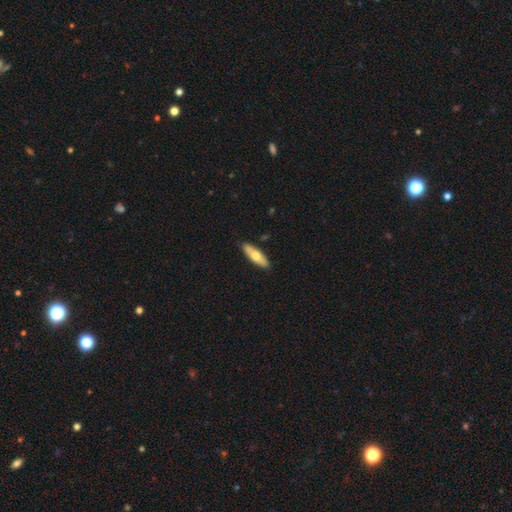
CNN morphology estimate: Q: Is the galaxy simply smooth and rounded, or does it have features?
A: smooth — 60%.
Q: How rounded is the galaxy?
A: cigar-shaped — 50%.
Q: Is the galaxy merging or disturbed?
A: none — 88%.